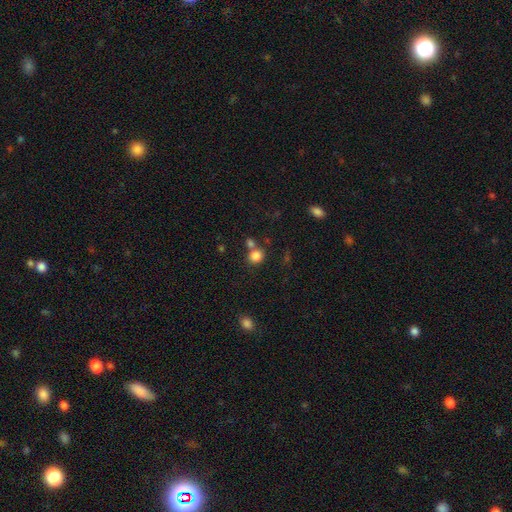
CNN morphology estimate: This is clearly a smooth galaxy (83%). How rounded: likely round (77%). Merging: possibly none (60%).